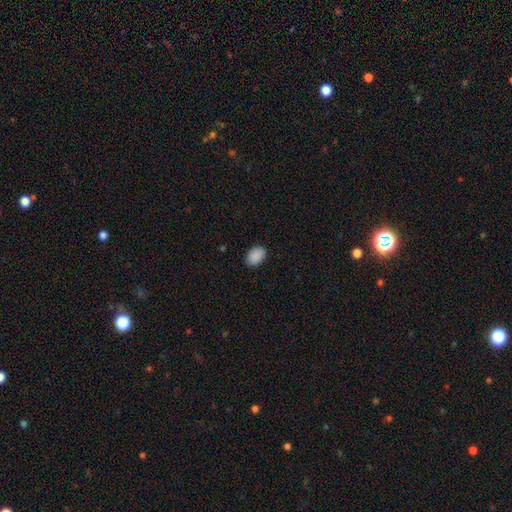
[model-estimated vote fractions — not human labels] smooth_or_featured: smooth (p=0.90) [alt: star or artifact p=0.07]
how_rounded: in between (p=0.87) [alt: round p=0.12]
merging: none (p=0.87) [alt: minor disturbance p=0.10]